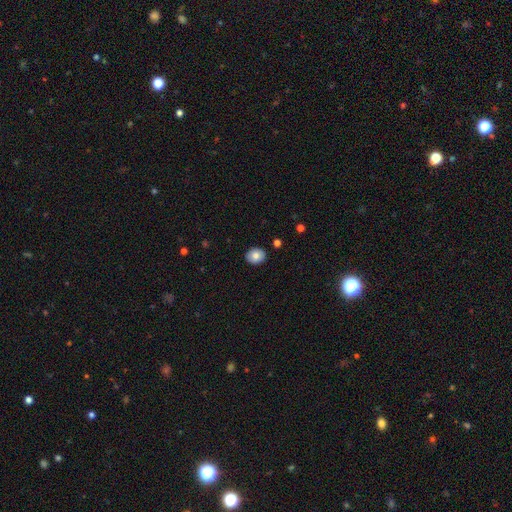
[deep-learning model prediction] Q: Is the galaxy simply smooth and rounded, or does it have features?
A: smooth — 79%.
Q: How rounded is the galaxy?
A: round — 56%.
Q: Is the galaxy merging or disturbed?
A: none — 89%.